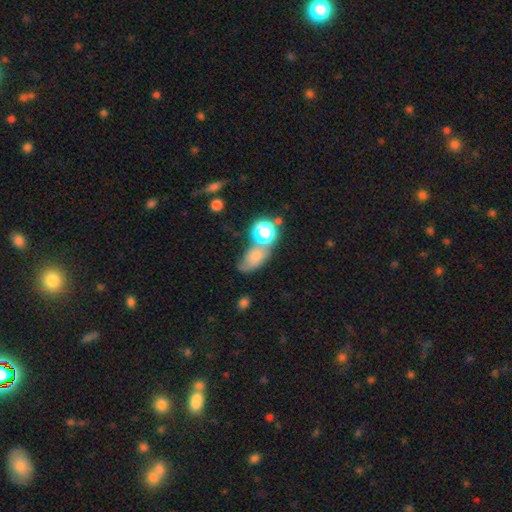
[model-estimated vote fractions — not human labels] Smooth or featured?
  - smooth: 63% *
  - star or artifact: 19%
  - featured or disk: 18%
How rounded?
  - in between: 70% *
  - round: 26%
  - cigar-shaped: 4%
Merging?
  - none: 34% *
  - merger: 32%
  - minor disturbance: 19%
  - major disturbance: 15%